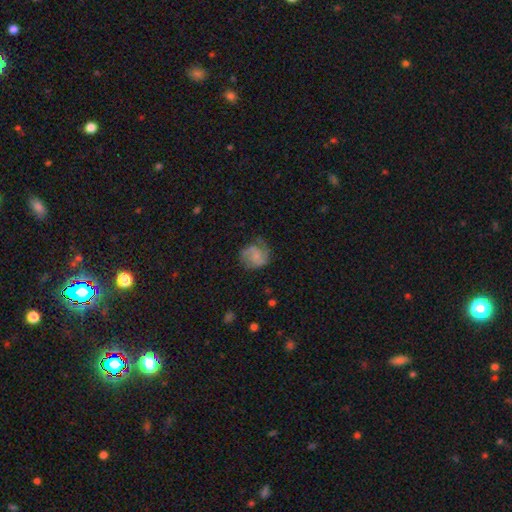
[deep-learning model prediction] Morphology: type=featured or disk (59%); edge-on=no (98%); bar=no (64%); spiral arms=yes (89%); winding=medium (46%); arm count=2 (61%); bulge=small (49%); merging=none (58%).